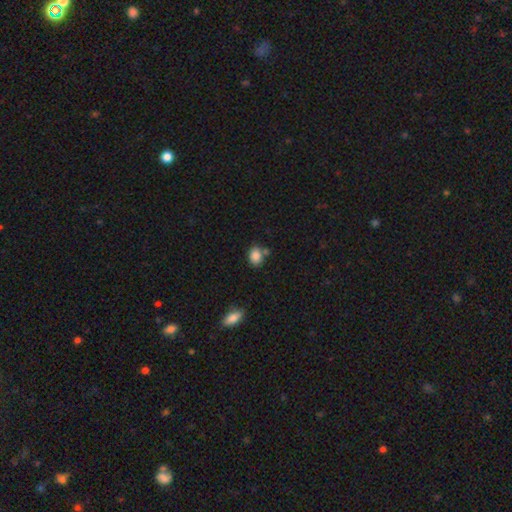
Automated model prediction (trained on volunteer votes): Smooth or featured? Predicted: smooth (p=0.86). How rounded? Predicted: in between (p=0.63). Merging? Predicted: none (p=0.62).